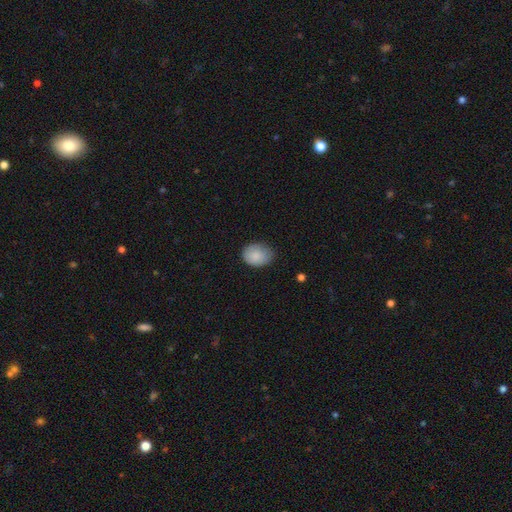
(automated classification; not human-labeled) Smooth or featured: smooth — 86% (star or artifact — 7%)
How rounded: in between — 61% (round — 38%)
Merging: none — 67% (minor disturbance — 27%)